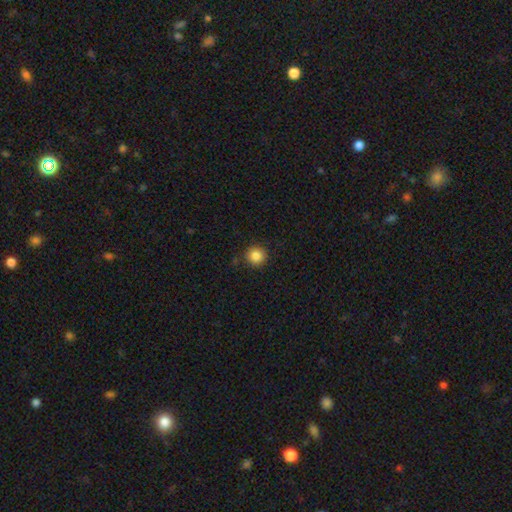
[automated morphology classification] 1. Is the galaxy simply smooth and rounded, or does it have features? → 86% smooth, 10% star or artifact, 4% featured or disk.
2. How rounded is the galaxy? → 93% round, 6% in between, 1% cigar-shaped.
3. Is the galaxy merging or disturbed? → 85% none, 11% minor disturbance, 3% major disturbance, 1% merger.